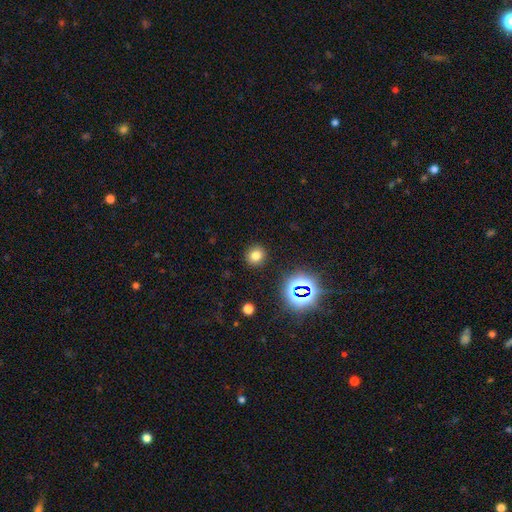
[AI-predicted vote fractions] A smooth galaxy with no disk features (73%) that is round (87%).

Vote fractions:
- Smooth or featured? smooth: 73% / star or artifact: 20% / featured or disk: 7%
- How rounded? round: 87% / in between: 12% / cigar-shaped: 1%
- Merging? none: 90% / minor disturbance: 6% / major disturbance: 3% / merger: 1%